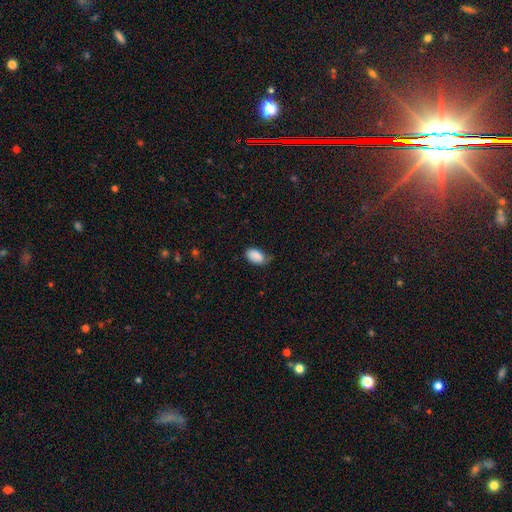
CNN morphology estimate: A smooth galaxy with no disk features (88%) that is in between round and cigar-shaped (92%).

Vote fractions:
- Smooth or featured? smooth: 88% / star or artifact: 7% / featured or disk: 5%
- How rounded? in between: 92% / round: 6% / cigar-shaped: 1%
- Merging? none: 55% / minor disturbance: 35% / major disturbance: 8% / merger: 2%